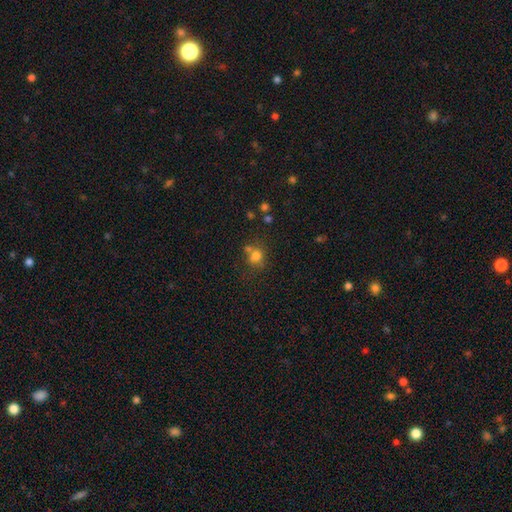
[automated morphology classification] Overall: smooth (74%). How rounded: round (77%). Merging: none (56%; merger 25%).